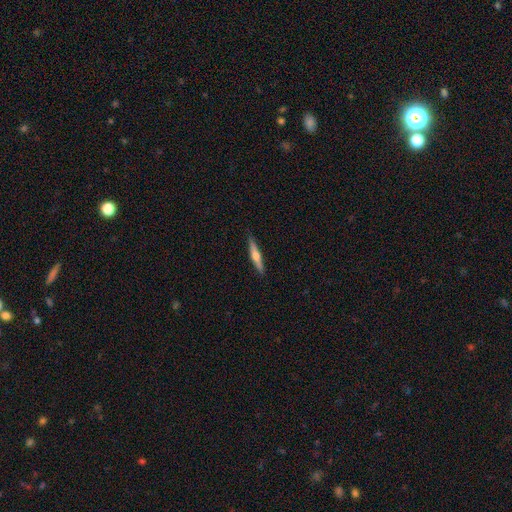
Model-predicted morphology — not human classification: Smooth or featured: featured or disk — 55% (smooth — 40%)
Edge-on disk: yes — 96% (no — 4%)
Edge-on bulge: rounded — 89% (none — 7%)
Merging: none — 90% (minor disturbance — 7%)